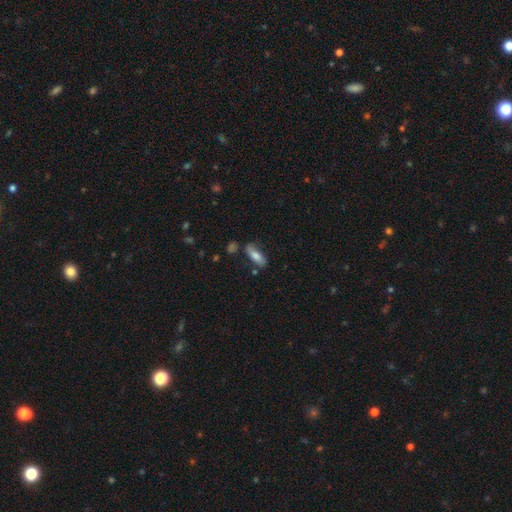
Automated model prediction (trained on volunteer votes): A smooth galaxy with no disk features (75%) that is in between round and cigar-shaped (65%).

Vote fractions:
- Smooth or featured? smooth: 75% / featured or disk: 18% / star or artifact: 7%
- How rounded? in between: 65% / cigar-shaped: 33% / round: 2%
- Merging? none: 66% / minor disturbance: 21% / merger: 6% / major disturbance: 6%